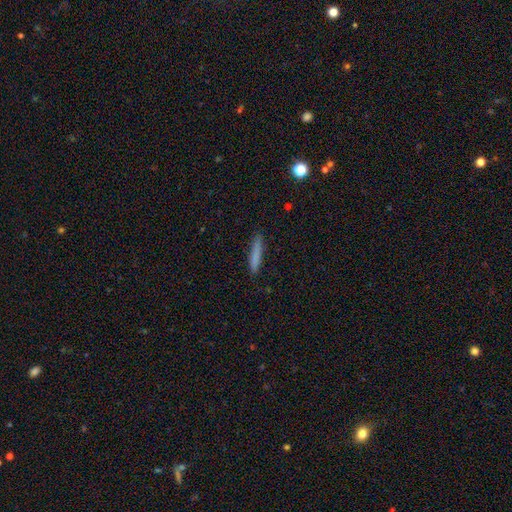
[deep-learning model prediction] Smooth or featured: smooth — 79% (featured or disk — 14%)
How rounded: cigar-shaped — 94% (in between — 5%)
Merging: none — 87% (minor disturbance — 10%)